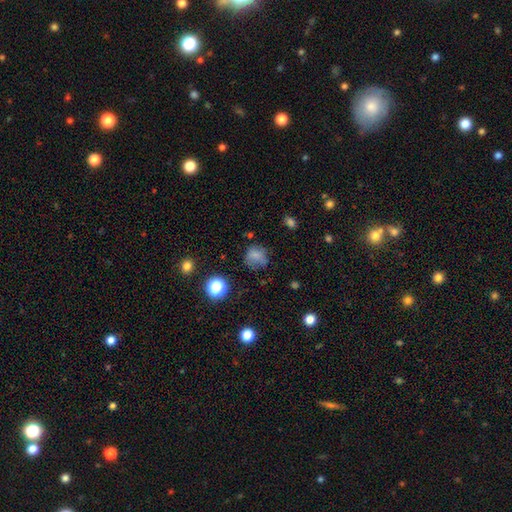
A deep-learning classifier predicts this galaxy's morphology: Overall: smooth (73%). How rounded: round (76%). Merging: none (58%; minor disturbance 25%).